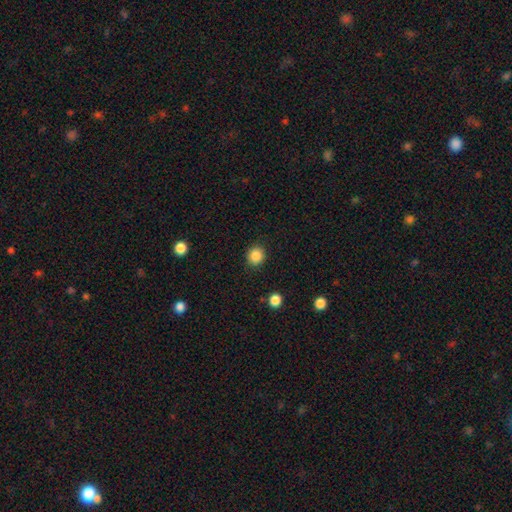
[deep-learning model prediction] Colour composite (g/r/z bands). It shows a smooth galaxy with no disk features (87%) that is round (89%). Merging: none (90%).